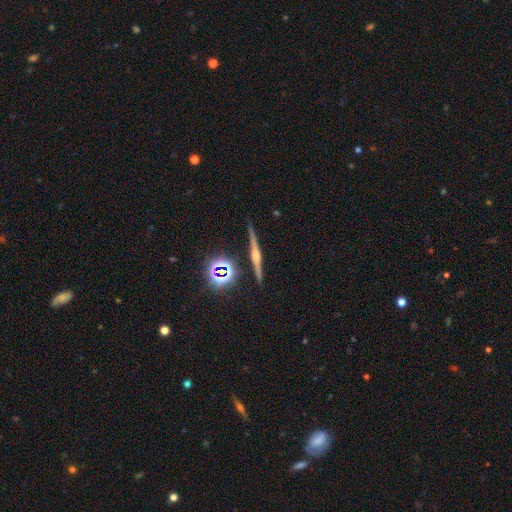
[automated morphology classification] The model was most divided on "smooth or featured": featured or disk: 75%, star or artifact: 13%, smooth: 12%. More confident: edge-on disk — yes (98%); merging — none (90%); edge-on bulge — rounded (83%).